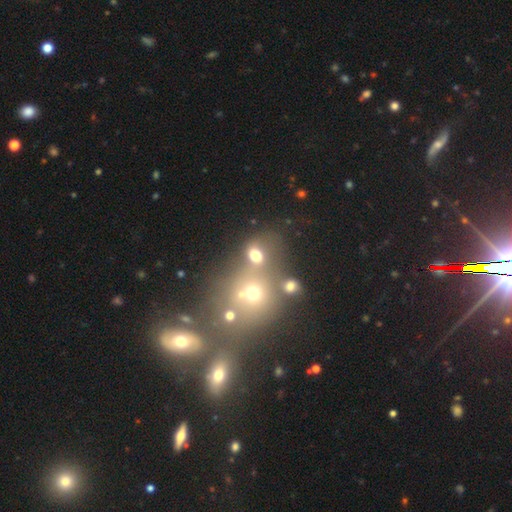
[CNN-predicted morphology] This appears to be a smooth galaxy with no disk features (66%) that is round (63%). Merging: merger (44%).